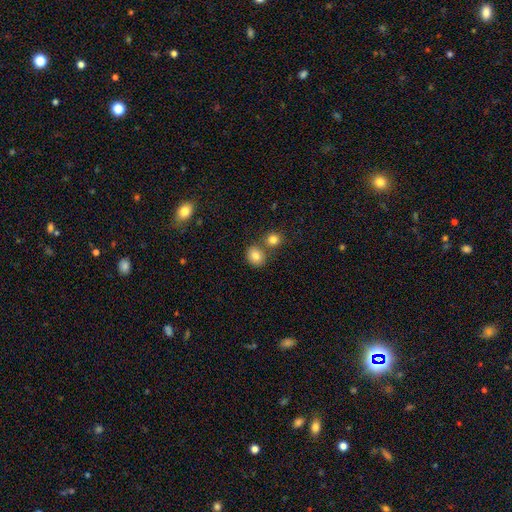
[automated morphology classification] Smooth or featured? Predicted: smooth (p=0.82). How rounded? Predicted: round (p=0.70). Merging? Predicted: none (p=0.65).